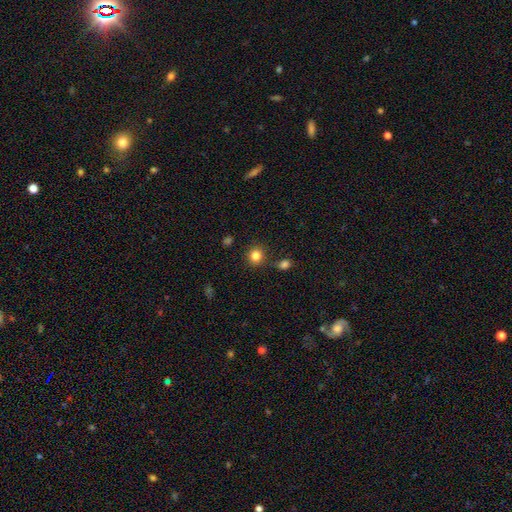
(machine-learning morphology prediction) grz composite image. It shows a smooth galaxy with no disk features (83%) that is round (87%). Merging: none (82%).